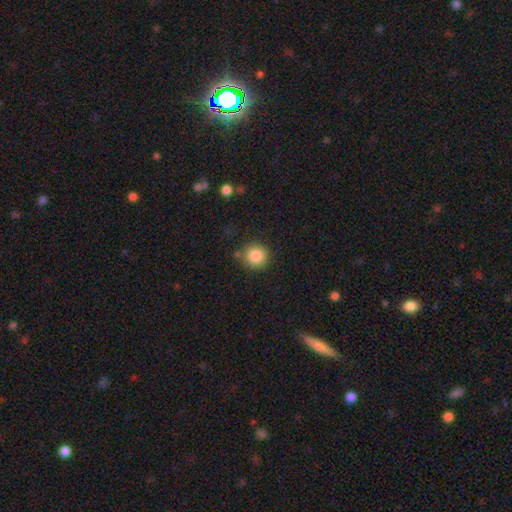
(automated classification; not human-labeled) smooth-or-featured: smooth: 86% | star or artifact: 10% | featured or disk: 4%
  how-rounded: round: 94% | in between: 5% | cigar-shaped: 1%
  merging: none: 84% | minor disturbance: 10% | merger: 4% | major disturbance: 3%